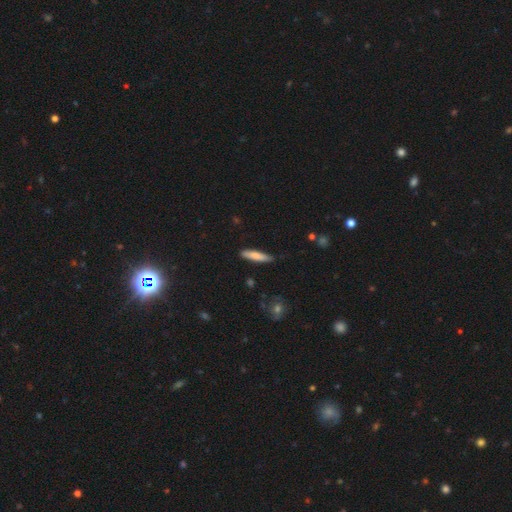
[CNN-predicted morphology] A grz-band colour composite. It shows a smooth galaxy with no disk features (77%) that is cigar-shaped (82%). Merging: none (80%).